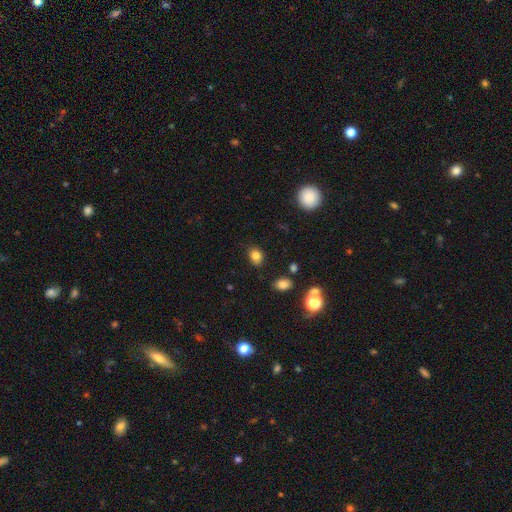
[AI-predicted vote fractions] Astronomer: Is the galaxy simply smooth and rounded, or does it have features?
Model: smooth — 81%.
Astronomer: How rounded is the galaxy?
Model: in between — 60% (runner-up: round, 39%).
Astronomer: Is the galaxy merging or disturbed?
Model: none — 75%.